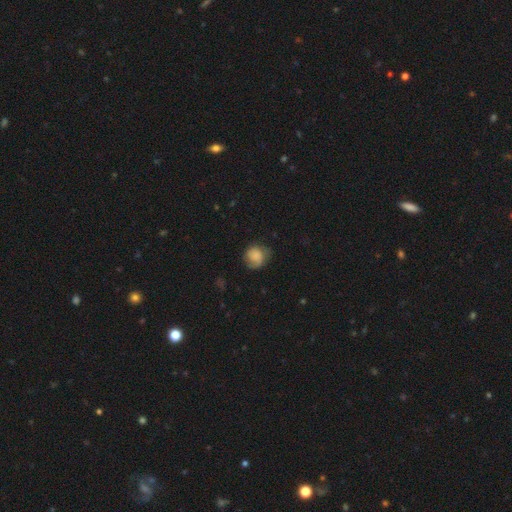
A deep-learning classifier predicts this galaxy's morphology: smooth 72%, featured or disk 20%, star or artifact 8%. Down the decision tree: how rounded — round (78%); merging — none (53%).